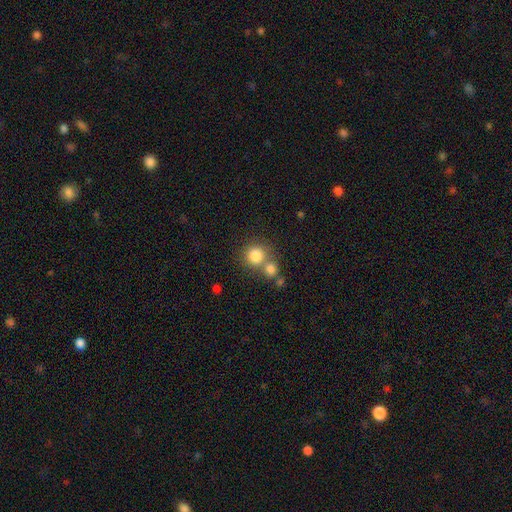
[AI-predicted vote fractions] Morphology: type=smooth (81%); roundness=round (90%); merging=none (55%).